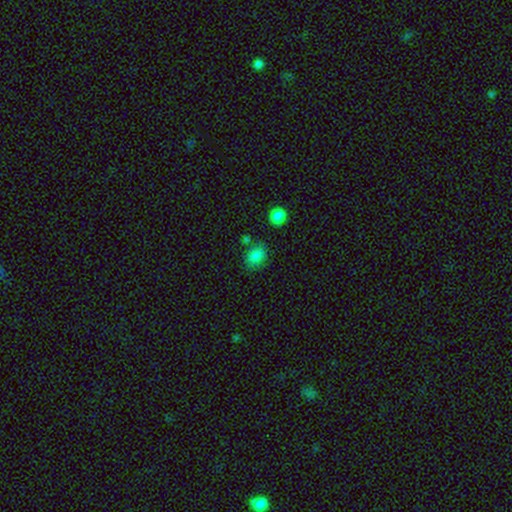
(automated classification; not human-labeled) smooth 85%, star or artifact 10%, featured or disk 5%. Down the decision tree: how rounded — in between (67%); merging — none (73%).